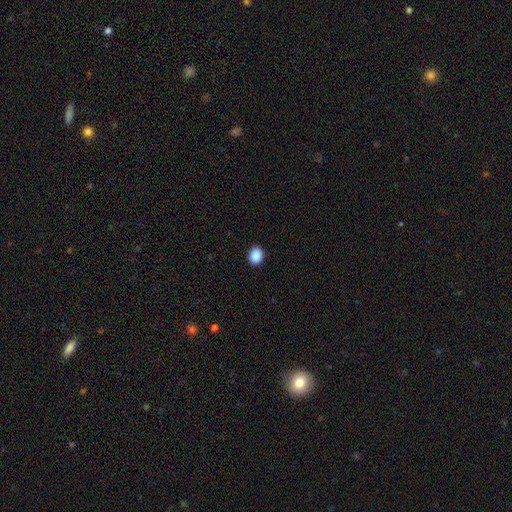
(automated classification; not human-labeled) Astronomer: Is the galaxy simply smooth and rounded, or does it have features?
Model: smooth — 90%.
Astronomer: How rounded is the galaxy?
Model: round — 52% (runner-up: in between, 47%).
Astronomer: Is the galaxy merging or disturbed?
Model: none — 91%.